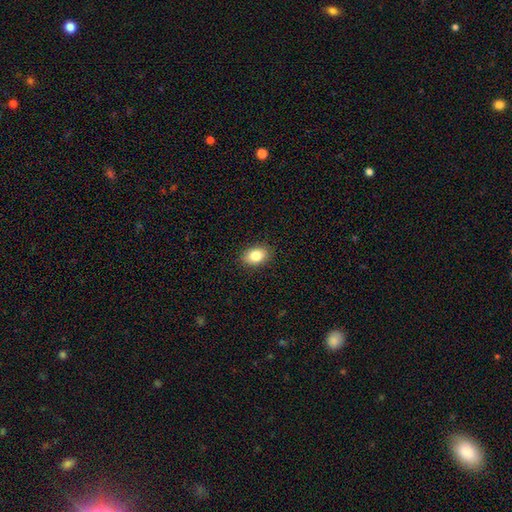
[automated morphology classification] smooth_or_featured: smooth (p=0.83) [alt: star or artifact p=0.08]
how_rounded: in between (p=0.82) [alt: round p=0.16]
merging: none (p=0.88) [alt: minor disturbance p=0.09]